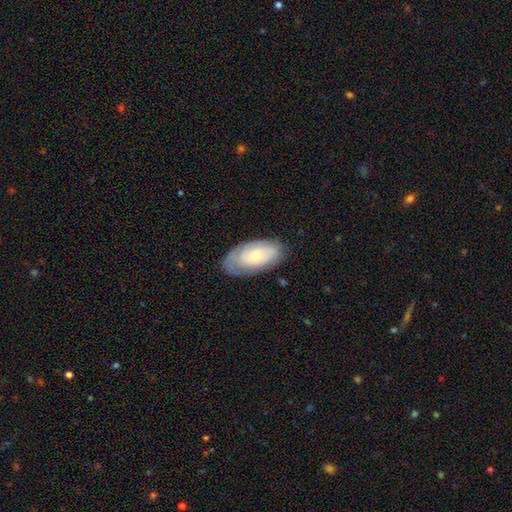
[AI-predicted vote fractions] Smooth or featured: smooth — 50% (featured or disk — 44%)
Merging: none — 70% (minor disturbance — 22%)